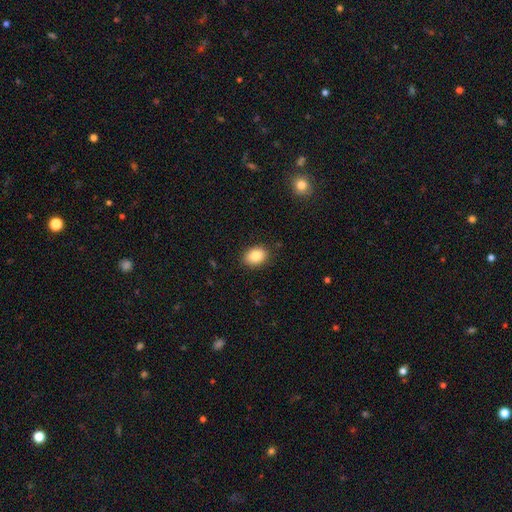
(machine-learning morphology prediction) This appears to be a smooth galaxy with no disk features (86%) that is in between round and cigar-shaped (69%). Merging: none (87%).